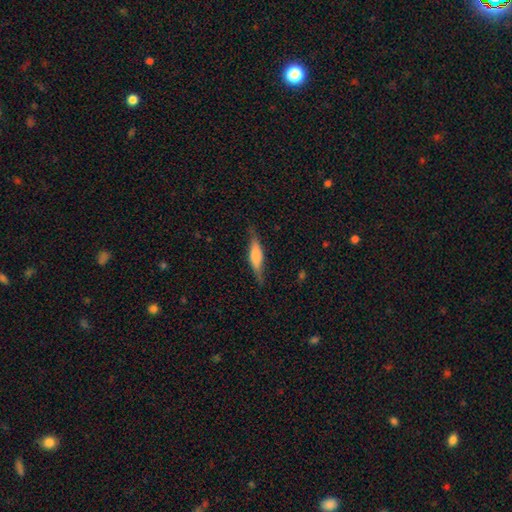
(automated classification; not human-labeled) A smooth galaxy with no disk features (55%) that is cigar-shaped (62%). Merging: none (72%).